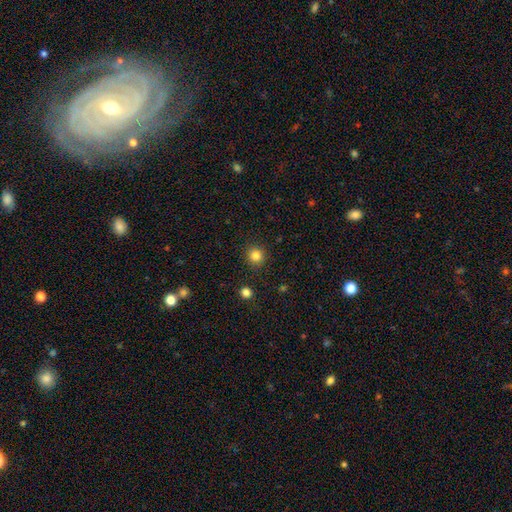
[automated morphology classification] Smooth or featured? smooth (83%)
How rounded? round (94%)
Merging? none (91%)